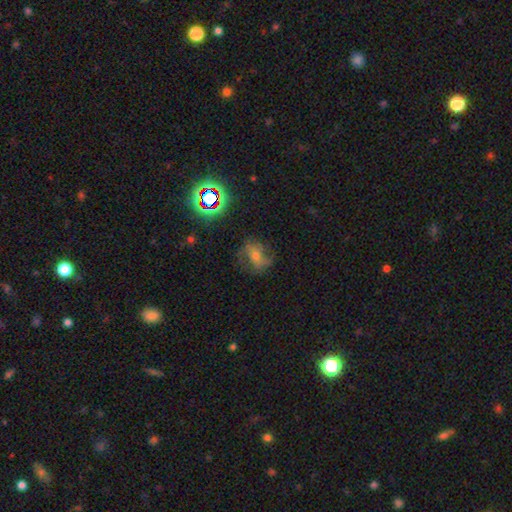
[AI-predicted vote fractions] Smooth or featured? Predicted: featured or disk (p=0.46). Merging? Predicted: none (p=0.60).